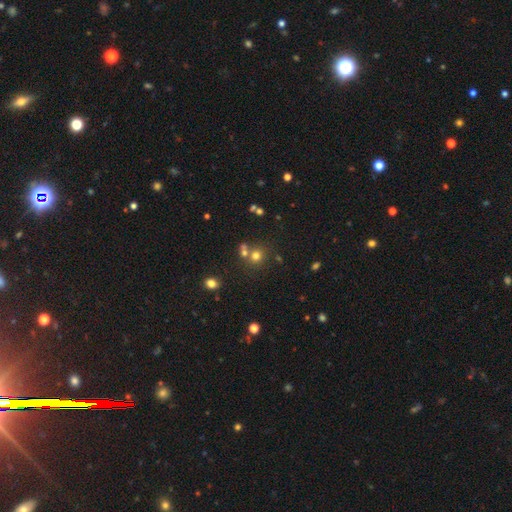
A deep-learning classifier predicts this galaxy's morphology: This is likely a smooth galaxy (68%). How rounded: clearly round (85%). Merging: likely none (61%).